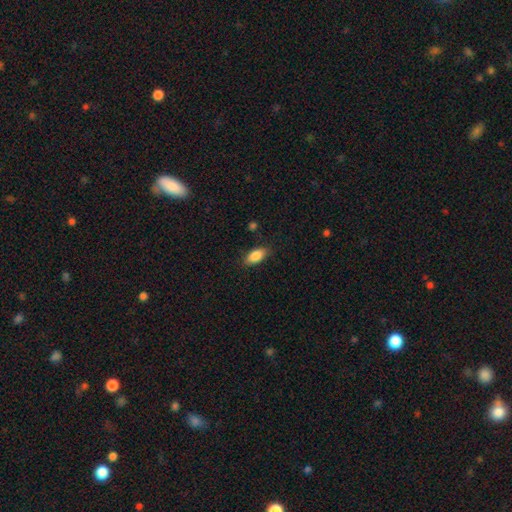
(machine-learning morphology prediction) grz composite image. It shows a smooth galaxy with no disk features (86%) that is in between round and cigar-shaped (89%). Merging: none (83%).